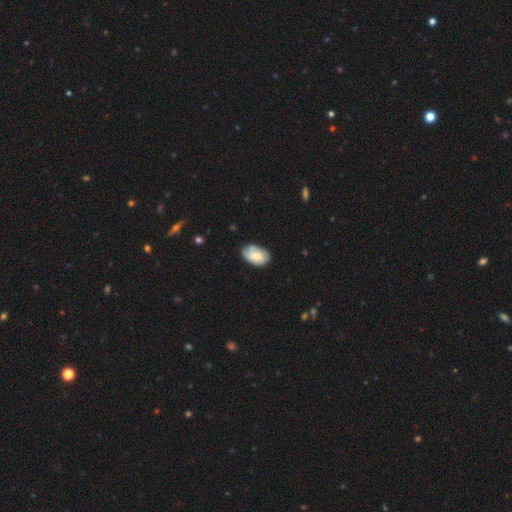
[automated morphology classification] Smooth or featured? Predicted: smooth (p=0.58). How rounded? Predicted: in between (p=0.90). Merging? Predicted: none (p=0.68).